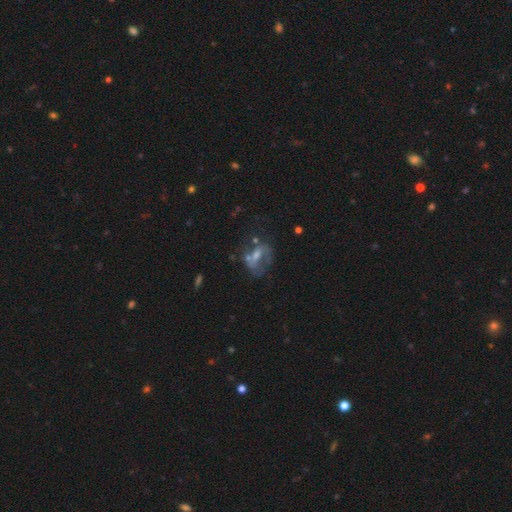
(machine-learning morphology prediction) A featured or disk galaxy (58%) with no bar (54%), no spiral arms (56%) and a moderate central bulge (43%). Merging: none (33%, tied with major disturbance).